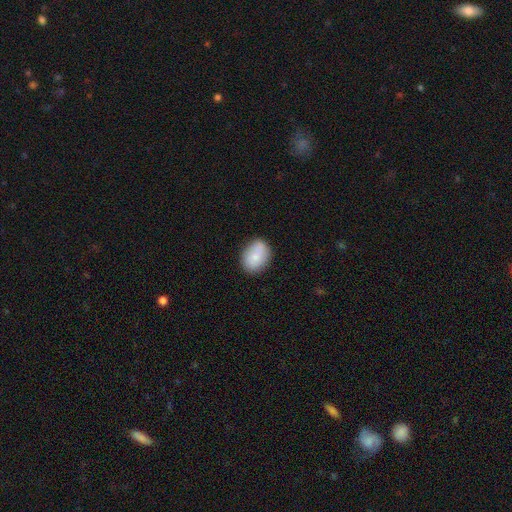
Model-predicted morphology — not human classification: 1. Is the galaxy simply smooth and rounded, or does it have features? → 76% smooth, 17% featured or disk, 7% star or artifact.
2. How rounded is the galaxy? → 71% in between, 28% round, 1% cigar-shaped.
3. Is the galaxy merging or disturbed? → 75% none, 18% minor disturbance, 4% major disturbance, 3% merger.